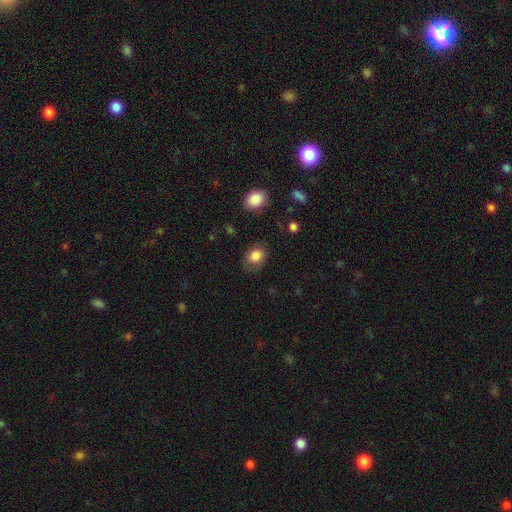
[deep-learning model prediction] Smooth or featured? Predicted: smooth (p=0.84). How rounded? Predicted: in between (p=0.55). Merging? Predicted: none (p=0.69).